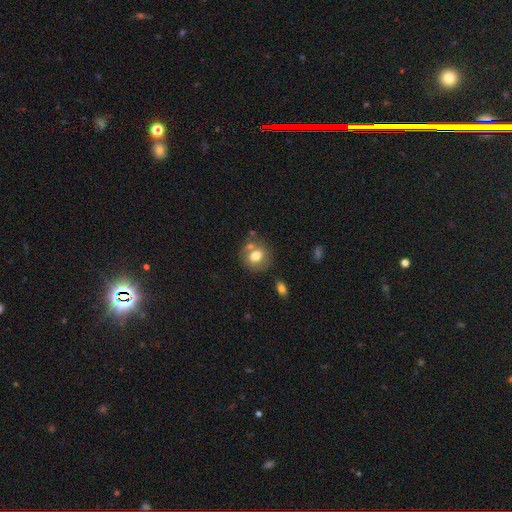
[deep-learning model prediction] Q: Smooth or featured?
A: smooth (72%); runner-up: featured or disk (18%)
Q: How rounded?
A: round (71%); runner-up: in between (28%)
Q: Merging?
A: none (63%); runner-up: merger (19%)